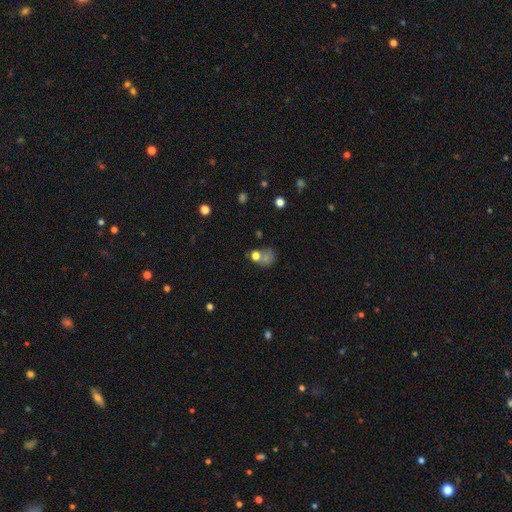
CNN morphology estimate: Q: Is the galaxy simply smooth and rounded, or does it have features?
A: smooth — 65%.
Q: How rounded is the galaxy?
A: round — 64%.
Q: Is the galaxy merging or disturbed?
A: none — 37%.